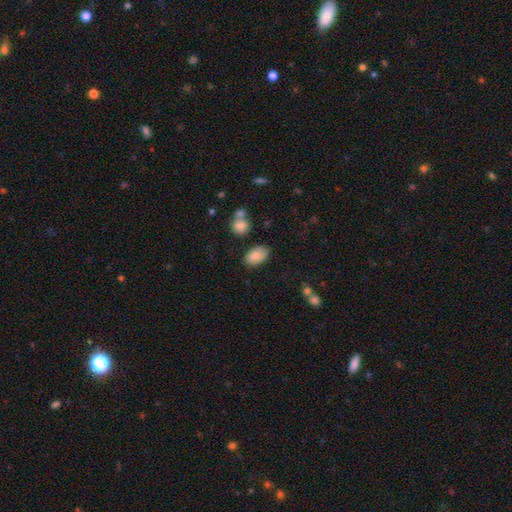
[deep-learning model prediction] Q: Smooth or featured?
A: smooth (85%); runner-up: featured or disk (8%)
Q: How rounded?
A: in between (92%); runner-up: round (6%)
Q: Merging?
A: none (78%); runner-up: minor disturbance (14%)